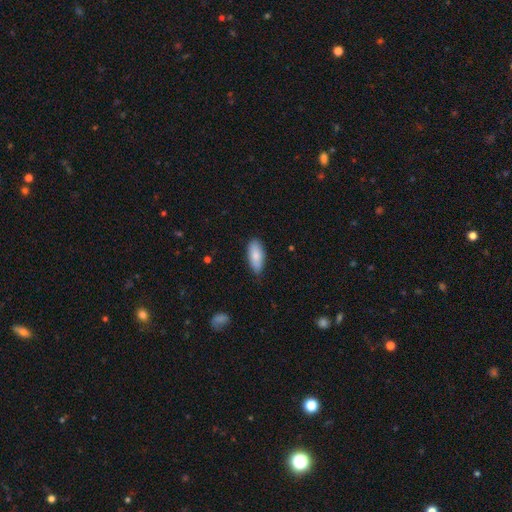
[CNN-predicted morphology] type=smooth (84%); roundness=in between (86%); merging=none (77%).